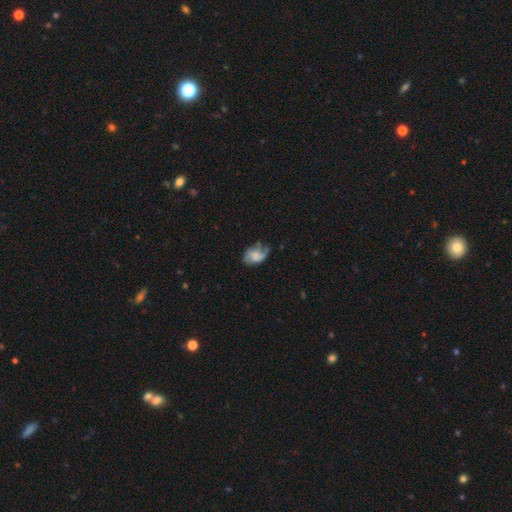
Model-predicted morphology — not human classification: A smooth galaxy with no disk features (49%). Merging: none (47%).